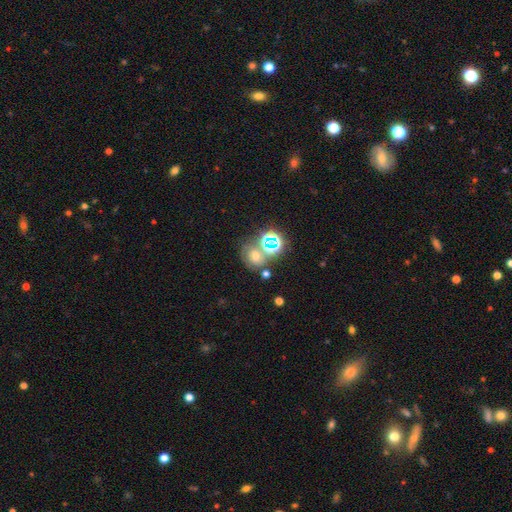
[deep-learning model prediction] Q: Smooth or featured?
A: smooth (39%); runner-up: star or artifact (37%)
Q: Merging?
A: none (49%); runner-up: merger (29%)